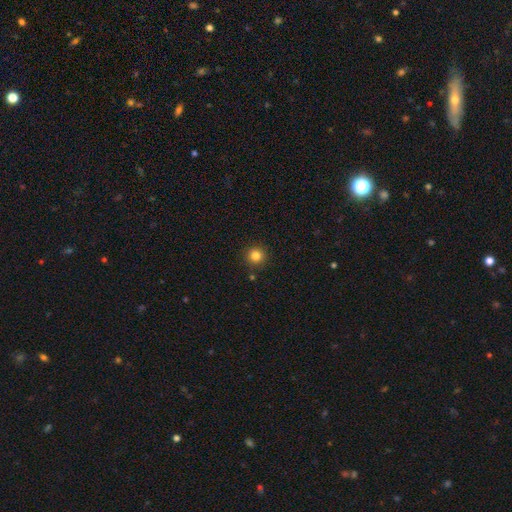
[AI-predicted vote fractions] Overall: smooth (82%). How rounded: round (95%). Merging: none (91%).